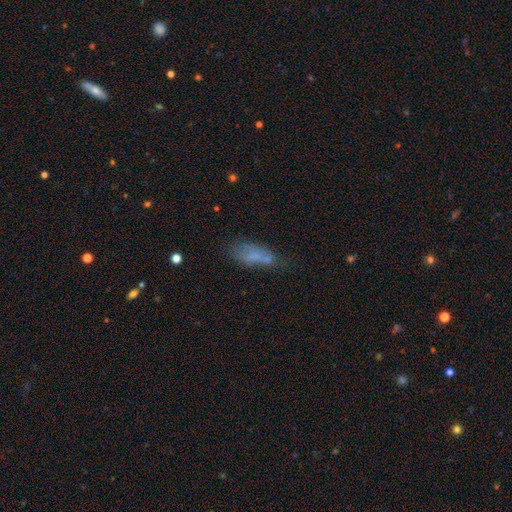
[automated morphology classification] smooth_or_featured: smooth (p=0.57) [alt: featured or disk p=0.30]
how_rounded: in between (p=0.68) [alt: cigar-shaped p=0.29]
merging: none (p=0.41) [alt: minor disturbance p=0.25]